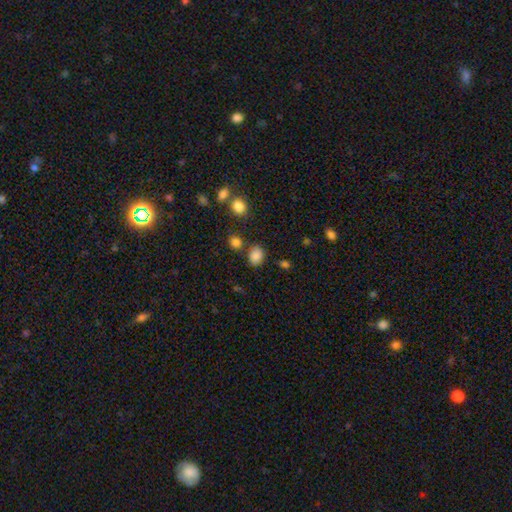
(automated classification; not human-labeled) This is clearly a smooth galaxy (84%). How rounded: possibly round (56%). Merging: likely none (74%).